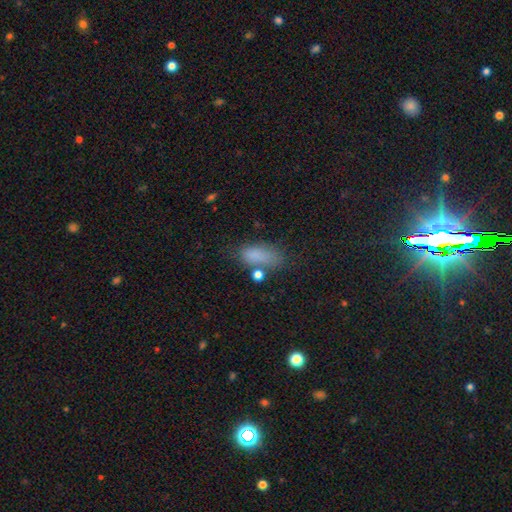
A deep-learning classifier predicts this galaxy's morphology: Q: Smooth or featured?
A: smooth (80%); runner-up: star or artifact (12%)
Q: How rounded?
A: in between (82%); runner-up: cigar-shaped (12%)
Q: Merging?
A: none (57%); runner-up: minor disturbance (22%)